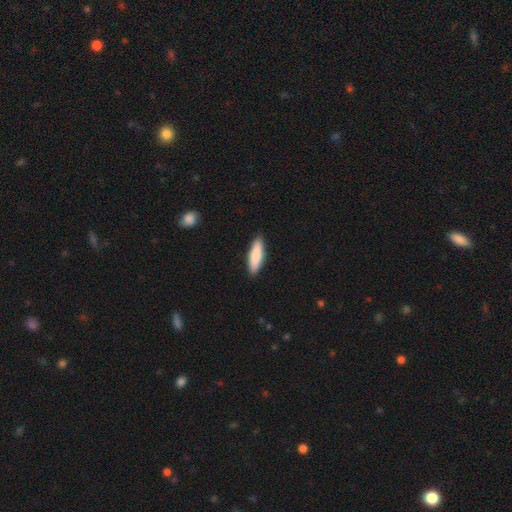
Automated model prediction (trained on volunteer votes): Smooth or featured? Predicted: smooth (p=0.84). How rounded? Predicted: cigar-shaped (p=0.59). Merging? Predicted: none (p=0.89).